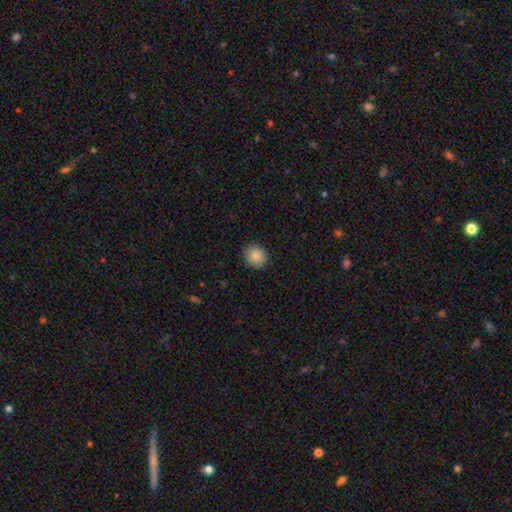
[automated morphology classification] Smooth or featured: smooth — 87% (star or artifact — 9%)
How rounded: round — 78% (in between — 21%)
Merging: none — 89% (minor disturbance — 8%)